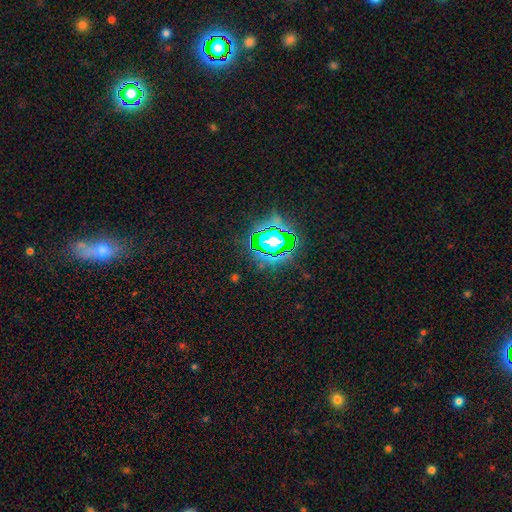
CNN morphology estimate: smooth-or-featured: star or artifact: 79% | smooth: 13% | featured or disk: 8%